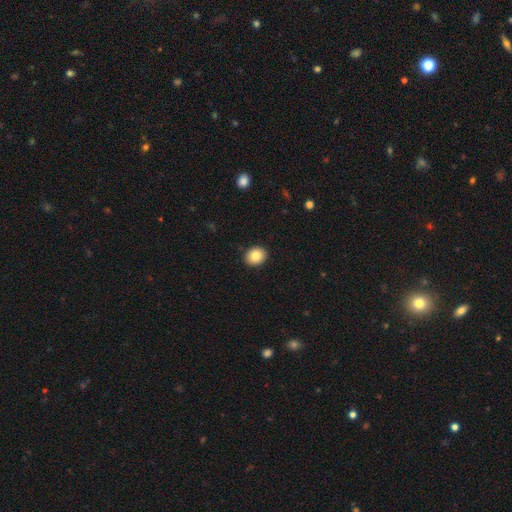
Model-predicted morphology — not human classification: Smooth or featured? Predicted: smooth (p=0.83). How rounded? Predicted: round (p=0.54). Merging? Predicted: none (p=0.91).